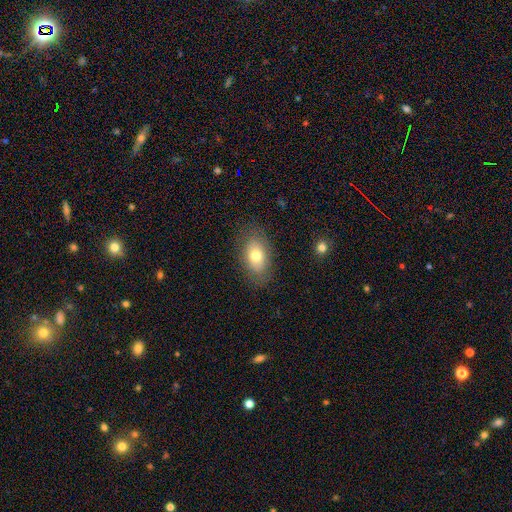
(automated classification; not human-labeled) Morphology: type=smooth (71%); roundness=in between (87%); merging=none (81%).